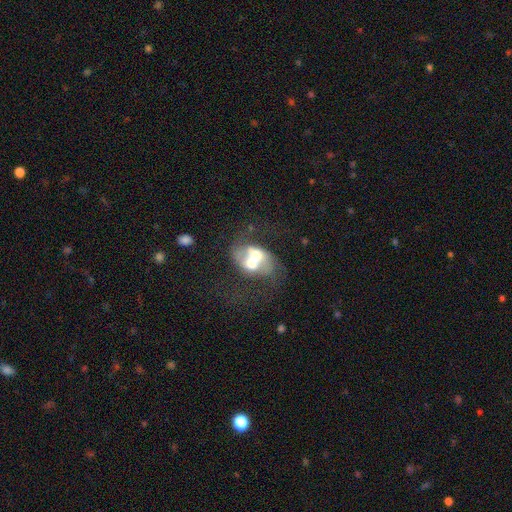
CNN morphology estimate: Smooth or featured? Predicted: featured or disk (p=0.58). Edge-on disk? Predicted: no (p=0.96). Bar? Predicted: no (p=0.77). Spiral arms? Predicted: no (p=0.67). Bulge size? Predicted: moderate (p=0.55). Merging? Predicted: merger (p=0.63).